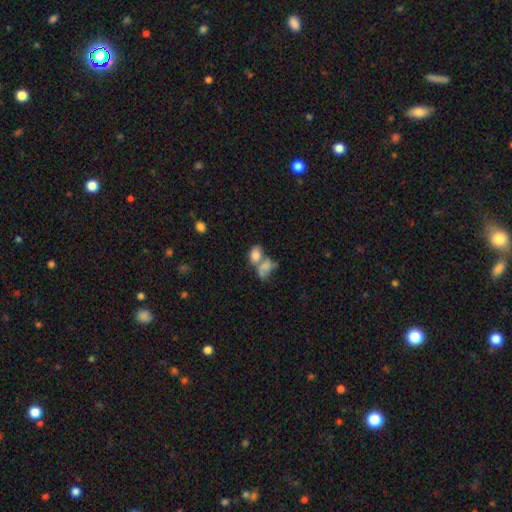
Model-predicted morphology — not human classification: A smooth galaxy with no disk features (76%) that is in between round and cigar-shaped (83%).

Vote fractions:
- Smooth or featured? smooth: 76% / featured or disk: 15% / star or artifact: 9%
- How rounded? in between: 83% / round: 15% / cigar-shaped: 2%
- Merging? merger: 64% / none: 21% / minor disturbance: 8% / major disturbance: 7%